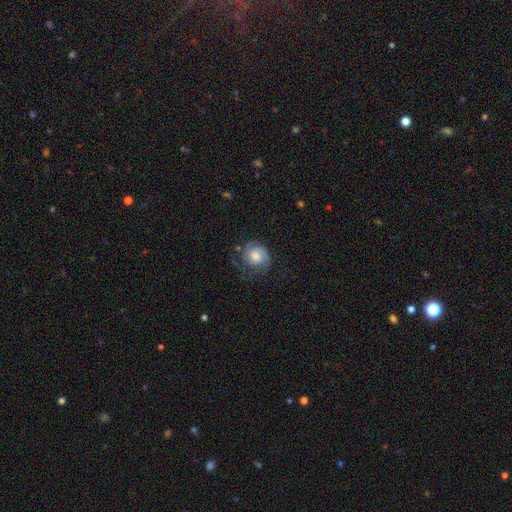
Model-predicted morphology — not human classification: Smooth or featured? featured or disk (62%)
Edge-on disk? no (98%)
Bar? no (73%)
Spiral arms? yes (90%)
Spiral winding? tight (51%)
Spiral arm count? 2 (43%)
Bulge size? moderate (54%)
Merging? none (58%)